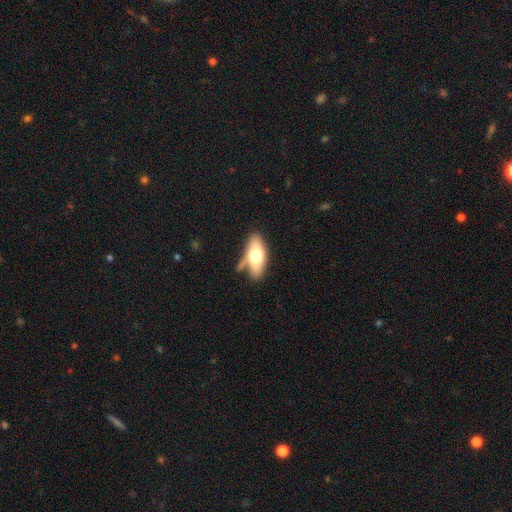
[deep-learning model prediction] A smooth galaxy with no disk features (62%) that is in between round and cigar-shaped (81%).

Vote fractions:
- Smooth or featured? smooth: 62% / featured or disk: 32% / star or artifact: 6%
- How rounded? in between: 81% / cigar-shaped: 15% / round: 4%
- Merging? none: 52% / minor disturbance: 23% / merger: 14% / major disturbance: 11%